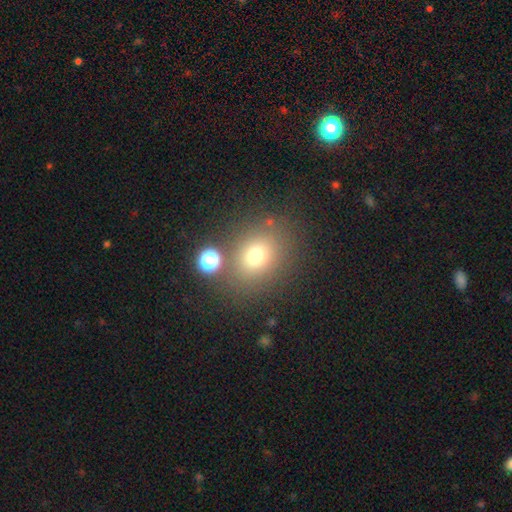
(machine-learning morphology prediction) A smooth galaxy with no disk features (73%) that is round (56%). Merging: none (76%).